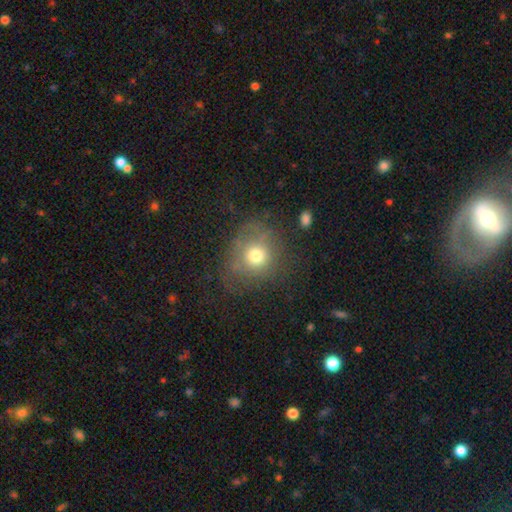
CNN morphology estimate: Smooth or featured? Predicted: smooth (p=0.66). How rounded? Predicted: round (p=0.78). Merging? Predicted: none (p=0.62).